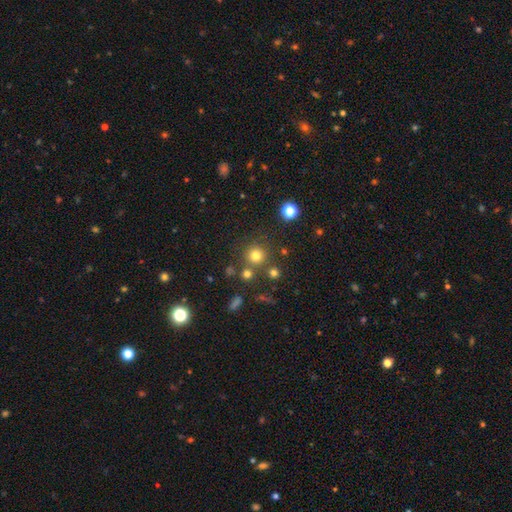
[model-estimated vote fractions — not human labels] A smooth galaxy with no disk features (76%) that is round (94%). Merging: none (79%).